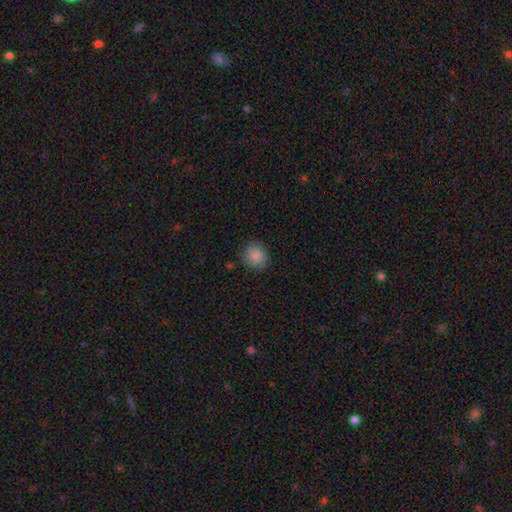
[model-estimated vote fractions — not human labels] Smooth or featured: smooth — 86% (star or artifact — 9%)
How rounded: round — 80% (in between — 20%)
Merging: none — 86% (minor disturbance — 11%)